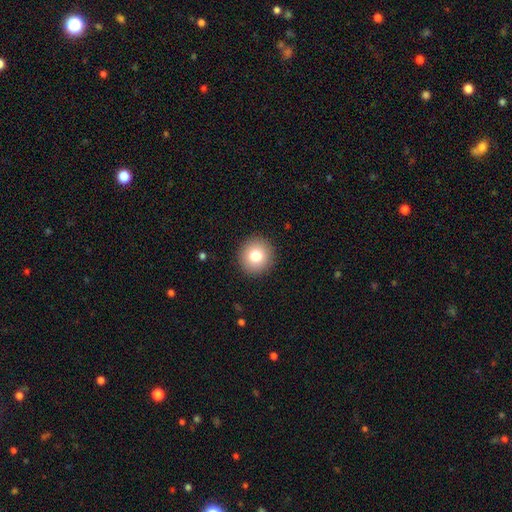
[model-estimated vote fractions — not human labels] Smooth or featured? smooth (79%)
How rounded? round (93%)
Merging? none (92%)